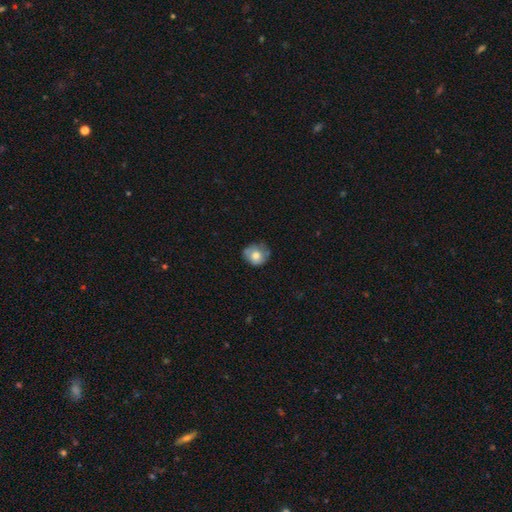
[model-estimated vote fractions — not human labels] smooth_or_featured: smooth (p=0.70) [alt: featured or disk p=0.22]
how_rounded: round (p=0.78) [alt: in between p=0.21]
merging: none (p=0.62) [alt: minor disturbance p=0.28]